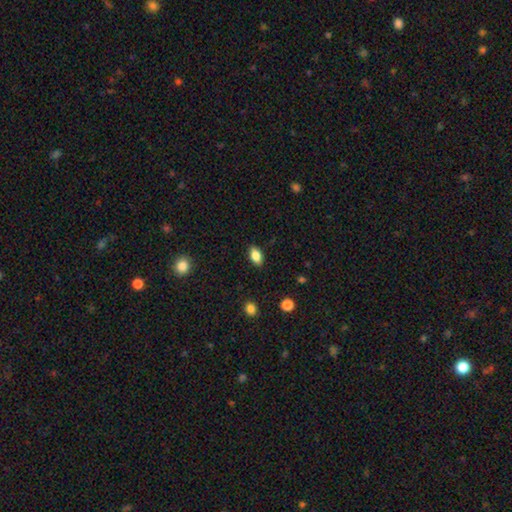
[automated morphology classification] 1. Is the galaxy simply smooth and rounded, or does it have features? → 82% smooth, 10% featured or disk, 8% star or artifact.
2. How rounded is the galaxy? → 89% in between, 6% round, 5% cigar-shaped.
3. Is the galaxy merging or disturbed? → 87% none, 10% minor disturbance, 2% major disturbance, 1% merger.